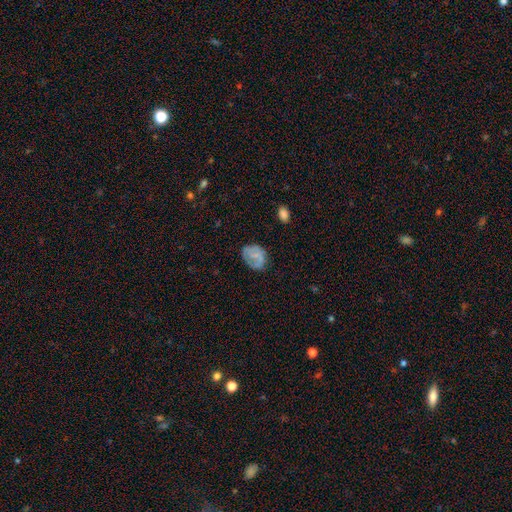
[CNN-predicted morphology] smooth-or-featured: smooth: 57% | featured or disk: 35% | star or artifact: 9%
  how-rounded: in between: 59% | round: 40% | cigar-shaped: 1%
  merging: none: 65% | minor disturbance: 24% | major disturbance: 9% | merger: 2%